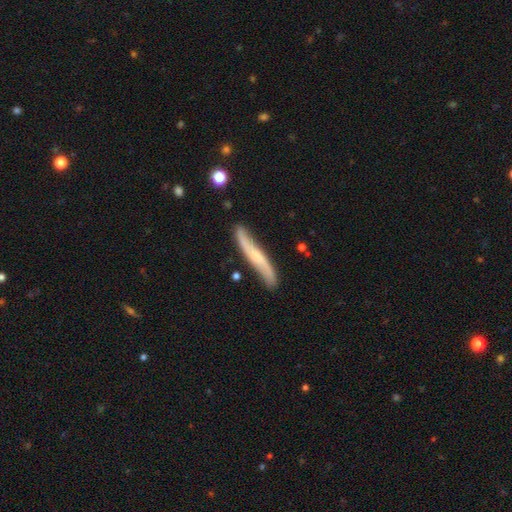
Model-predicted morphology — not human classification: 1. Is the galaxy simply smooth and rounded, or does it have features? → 65% featured or disk, 29% smooth, 5% star or artifact.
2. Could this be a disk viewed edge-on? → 62% yes, 38% no.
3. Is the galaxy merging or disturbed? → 81% none, 14% minor disturbance, 3% major disturbance, 2% merger.